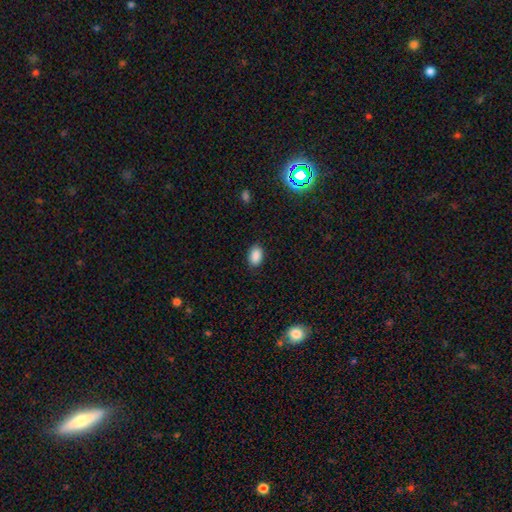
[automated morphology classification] Smooth or featured: smooth — 89% (star or artifact — 8%)
How rounded: in between — 86% (round — 12%)
Merging: none — 86% (minor disturbance — 10%)